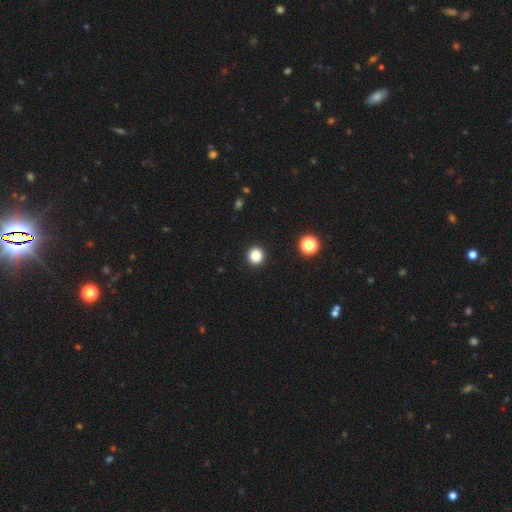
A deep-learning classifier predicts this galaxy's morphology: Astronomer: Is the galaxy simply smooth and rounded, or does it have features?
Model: smooth — 85%.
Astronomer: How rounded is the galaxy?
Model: round — 90%.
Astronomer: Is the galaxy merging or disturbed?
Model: none — 93%.